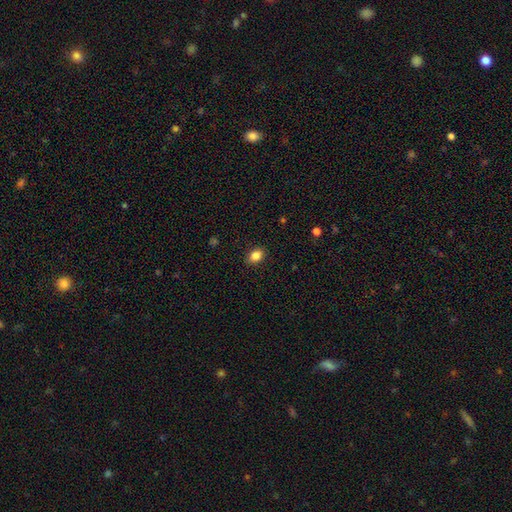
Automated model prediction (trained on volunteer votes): smooth-or-featured: smooth: 85% | star or artifact: 10% | featured or disk: 5%
  how-rounded: in between: 72% | round: 27% | cigar-shaped: 1%
  merging: none: 89% | minor disturbance: 8% | major disturbance: 2% | merger: 1%